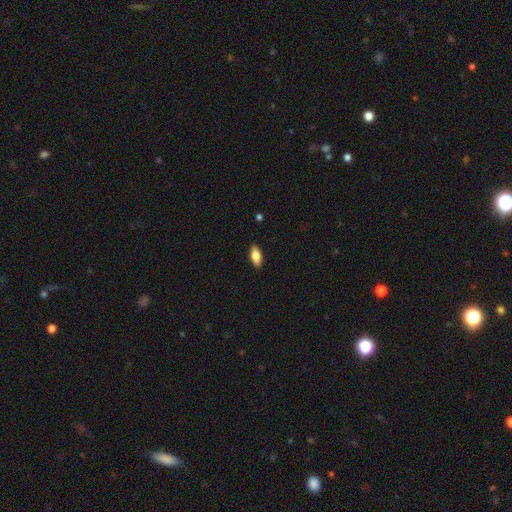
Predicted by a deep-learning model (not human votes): This appears to be a smooth galaxy with no disk features (74%) that is in between round and cigar-shaped (85%). Merging: none (89%).